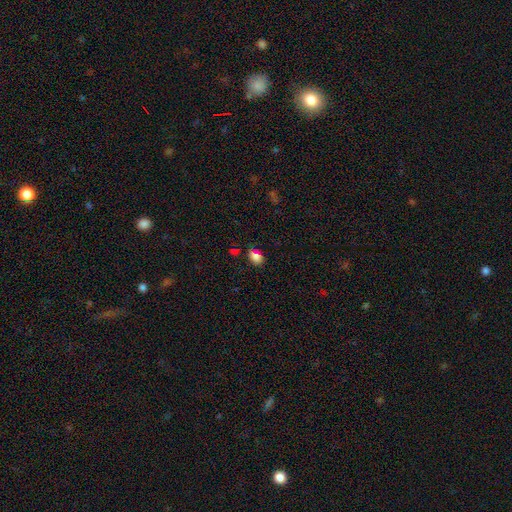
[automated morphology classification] This appears to be a smooth galaxy with no disk features (78%) that is in between round and cigar-shaped (78%). Merging: none (72%).